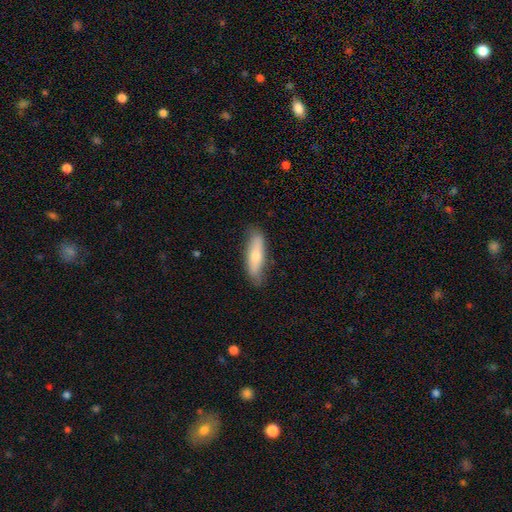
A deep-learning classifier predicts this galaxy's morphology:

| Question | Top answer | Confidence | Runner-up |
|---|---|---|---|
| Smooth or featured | smooth | 66% | featured or disk (28%) |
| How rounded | cigar-shaped | 54% | in between (44%) |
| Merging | none | 79% | minor disturbance (16%) |